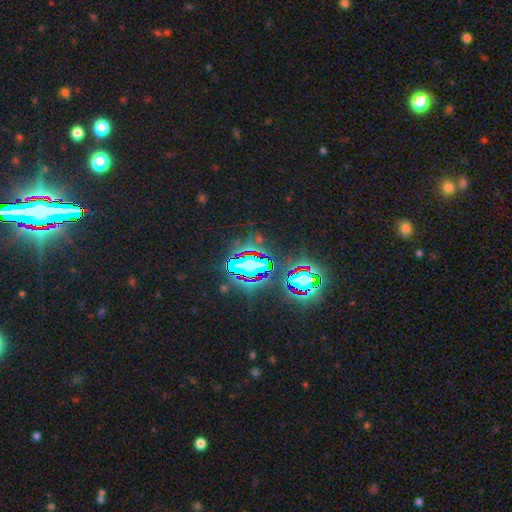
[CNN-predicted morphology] type=star or artifact (85%).